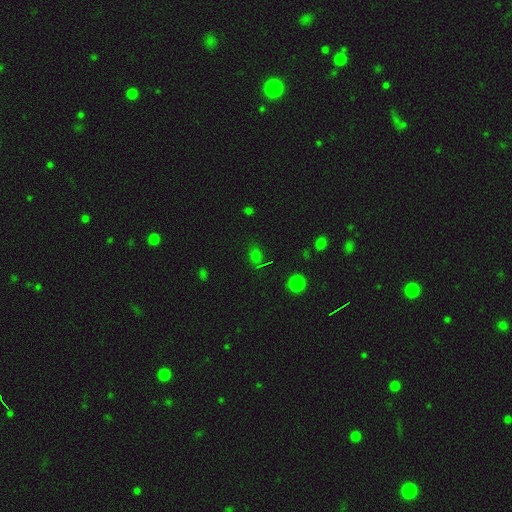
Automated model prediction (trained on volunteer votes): This is possibly a smooth galaxy (58%). How rounded: possibly in between (53%). Merging: likely none (75%).